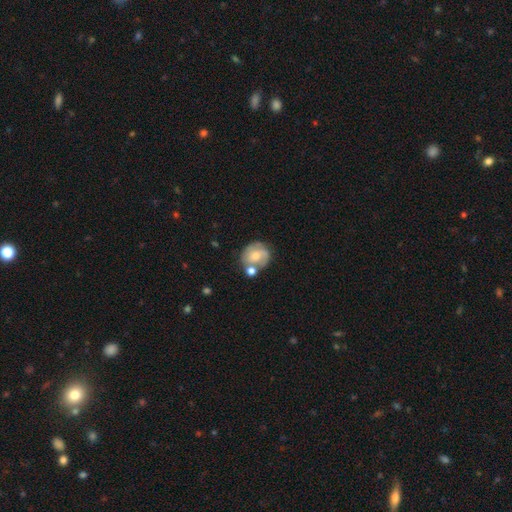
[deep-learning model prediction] A featured or disk galaxy (47%). Merging: none (47%).